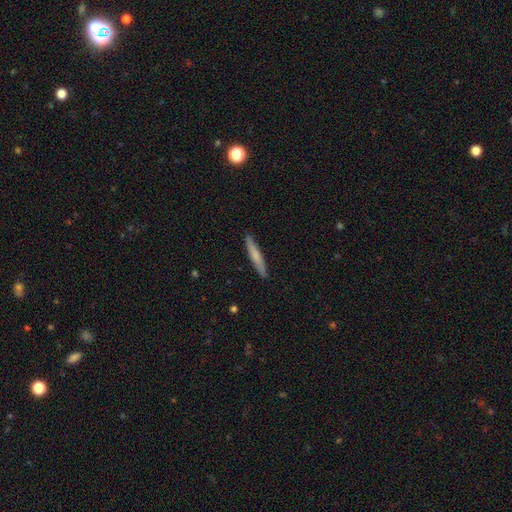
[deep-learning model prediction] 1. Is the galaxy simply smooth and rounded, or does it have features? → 67% smooth, 27% featured or disk, 5% star or artifact.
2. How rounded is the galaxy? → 94% cigar-shaped, 5% in between, 1% round.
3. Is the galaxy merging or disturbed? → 90% none, 8% minor disturbance, 1% major disturbance, 1% merger.